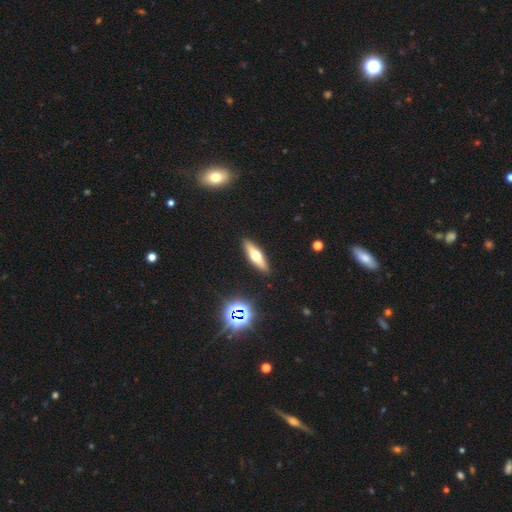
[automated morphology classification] Smooth or featured? smooth (46%)
Merging? none (90%)